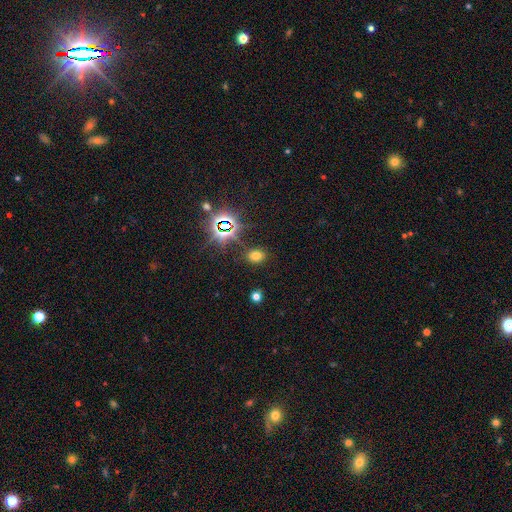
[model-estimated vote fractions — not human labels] Q: Smooth or featured?
A: smooth (62%); runner-up: star or artifact (31%)
Q: How rounded?
A: in between (64%); runner-up: round (34%)
Q: Merging?
A: none (84%); runner-up: minor disturbance (10%)